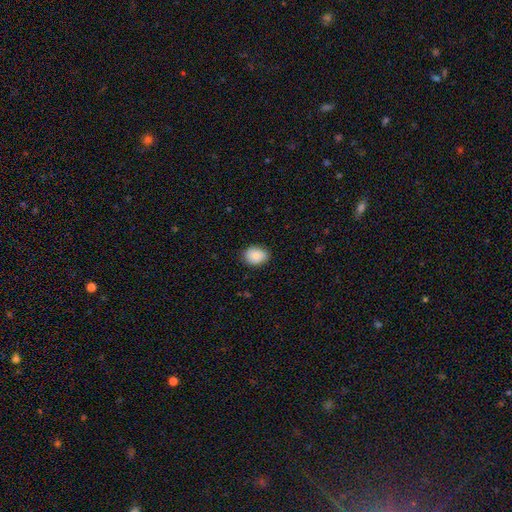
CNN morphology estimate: This appears to be a smooth galaxy with no disk features (86%) that is in between round and cigar-shaped (65%). Merging: none (85%).